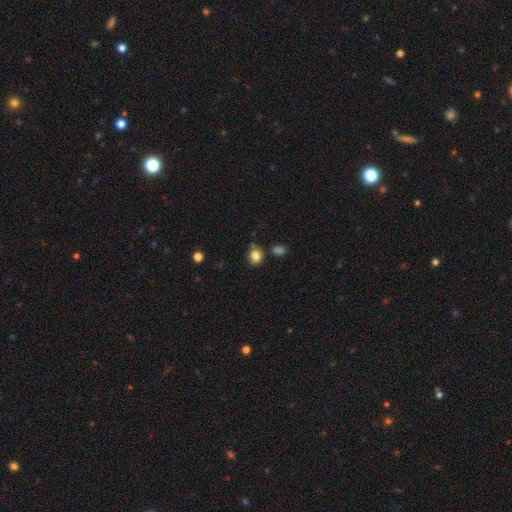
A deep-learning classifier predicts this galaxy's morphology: Smooth or featured? smooth (84%)
How rounded? round (71%)
Merging? none (76%)